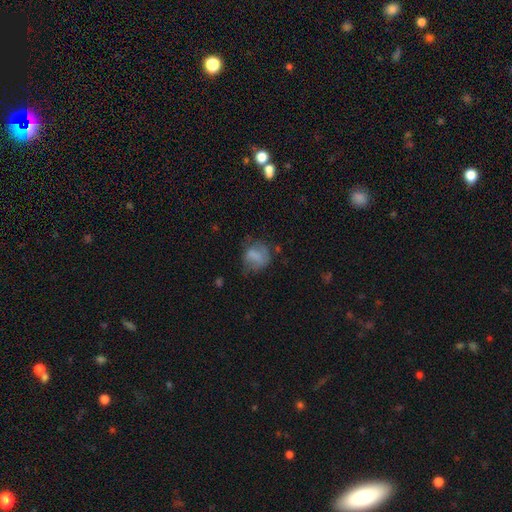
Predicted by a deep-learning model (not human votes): smooth_or_featured: smooth (p=0.66) [alt: featured or disk p=0.24]
how_rounded: round (p=0.55) [alt: in between p=0.44]
merging: none (p=0.45) [alt: minor disturbance p=0.30]